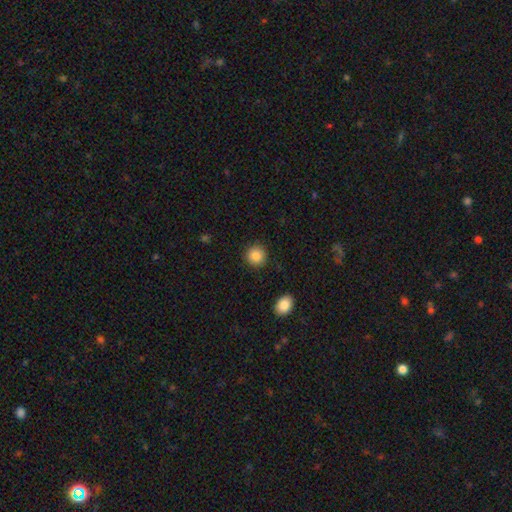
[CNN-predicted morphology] smooth 87%, star or artifact 9%, featured or disk 4%. Down the decision tree: how rounded — round (92%); merging — none (91%).